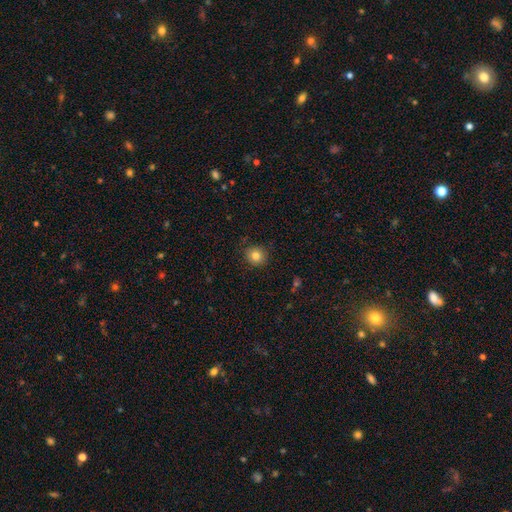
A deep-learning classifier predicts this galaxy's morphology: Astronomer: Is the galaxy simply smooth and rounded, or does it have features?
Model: smooth — 82%.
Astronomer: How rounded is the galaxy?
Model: round — 90%.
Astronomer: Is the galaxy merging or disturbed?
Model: none — 88%.